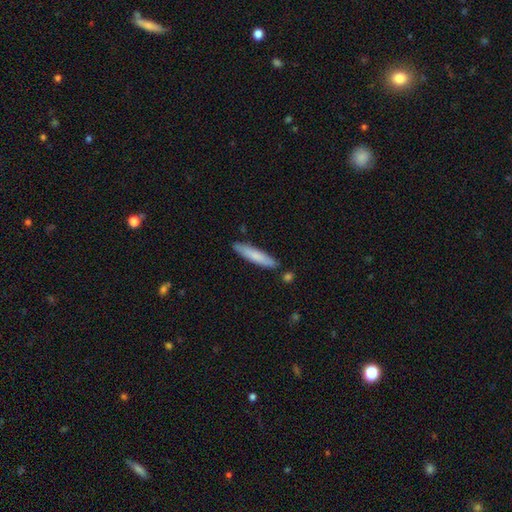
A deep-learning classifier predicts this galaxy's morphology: Q: Smooth or featured?
A: smooth (76%); runner-up: featured or disk (19%)
Q: How rounded?
A: cigar-shaped (89%); runner-up: in between (10%)
Q: Merging?
A: none (83%); runner-up: minor disturbance (11%)